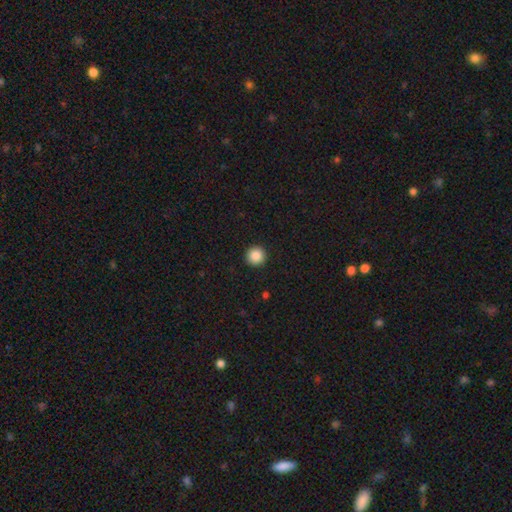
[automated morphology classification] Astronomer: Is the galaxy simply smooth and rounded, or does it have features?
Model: smooth — 88%.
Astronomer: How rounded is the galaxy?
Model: round — 96%.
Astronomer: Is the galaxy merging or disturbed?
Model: none — 93%.